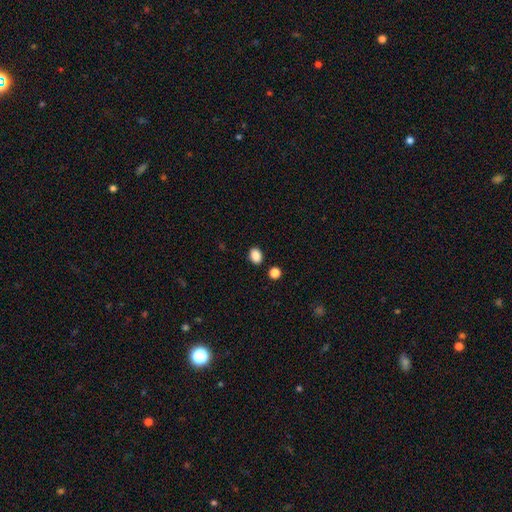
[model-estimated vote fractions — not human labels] Smooth or featured: smooth — 88% (star or artifact — 9%)
How rounded: in between — 68% (round — 31%)
Merging: none — 86% (minor disturbance — 8%)